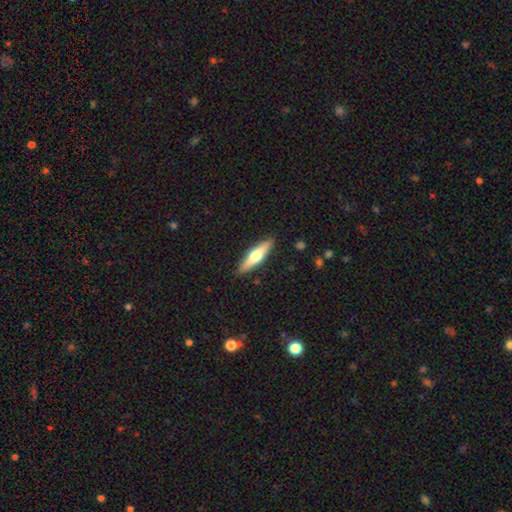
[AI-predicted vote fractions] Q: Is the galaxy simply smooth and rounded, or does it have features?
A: smooth — 49%.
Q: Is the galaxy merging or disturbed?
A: none — 90%.